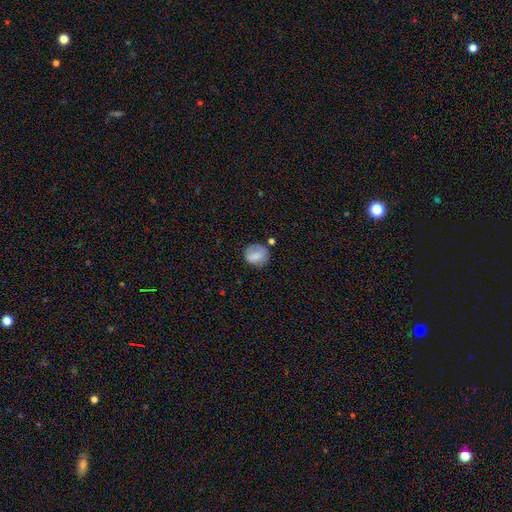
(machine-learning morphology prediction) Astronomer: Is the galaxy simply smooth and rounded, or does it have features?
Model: smooth — 76%.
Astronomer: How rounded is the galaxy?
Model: round — 72%.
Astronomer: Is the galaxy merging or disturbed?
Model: none — 65%.